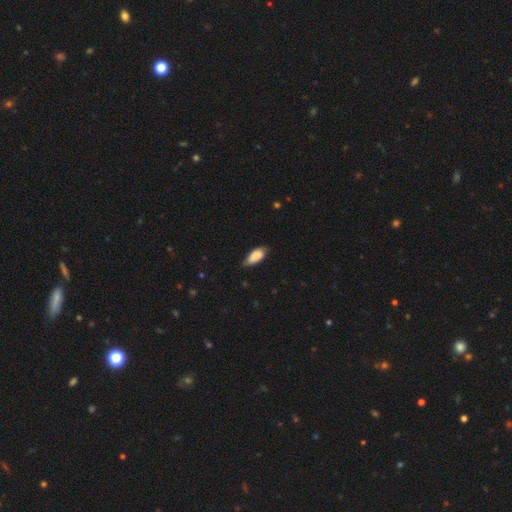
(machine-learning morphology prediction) The model was most divided on "merging": none: 57%, minor disturbance: 36%, major disturbance: 6%, merger: 2%. More confident: how rounded — in between (87%); smooth or featured — smooth (84%).